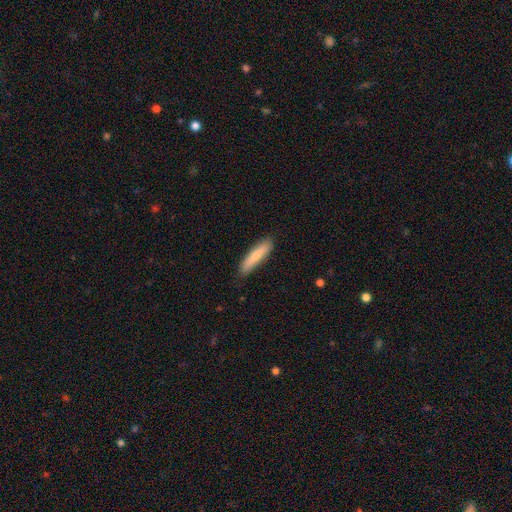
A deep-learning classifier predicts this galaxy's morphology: smooth 78%, featured or disk 17%, star or artifact 6%. Down the decision tree: how rounded — cigar-shaped (82%); merging — none (84%).